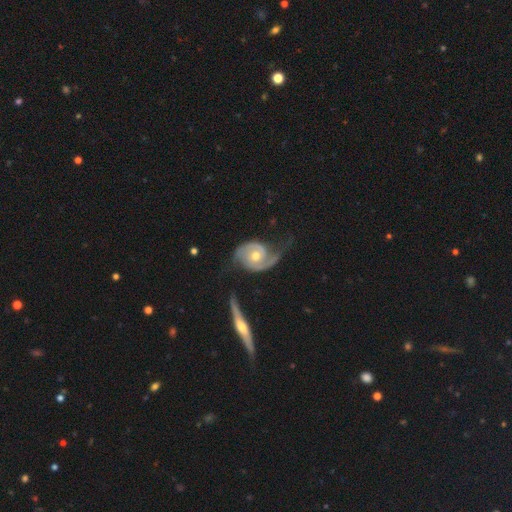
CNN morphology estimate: Smooth or featured? featured or disk (88%)
Edge-on disk? no (97%)
Bar? no (70%)
Spiral arms? yes (96%)
Spiral winding? medium (41%)
Spiral arm count? 2 (79%)
Bulge size? moderate (71%)
Merging? none (50%)